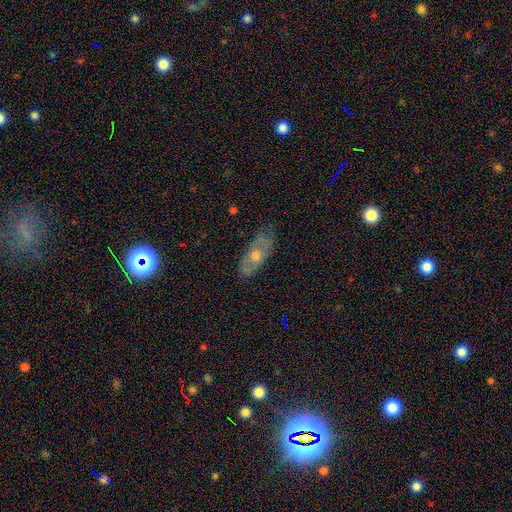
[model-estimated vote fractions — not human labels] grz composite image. It shows a featured or disk galaxy (52%). Merging: none (75%).